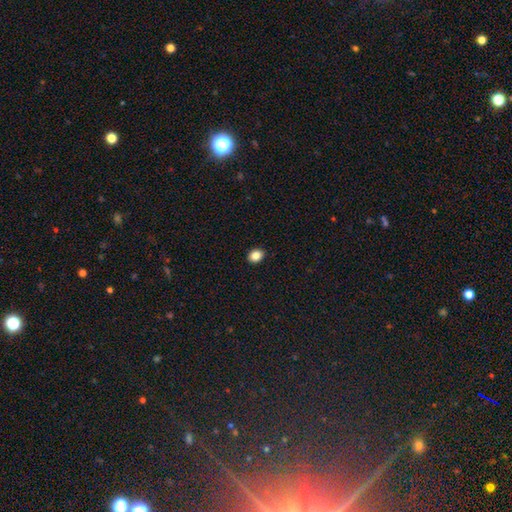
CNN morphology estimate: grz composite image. It shows a smooth galaxy with no disk features (86%) that is in between round and cigar-shaped (52%). Merging: none (91%).